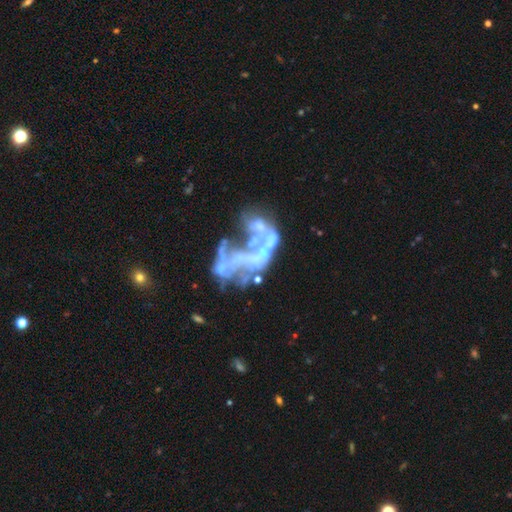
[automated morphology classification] Smooth or featured: featured or disk — 74% (star or artifact — 16%)
Edge-on disk: no — 98% (yes — 2%)
Bar: no — 83% (weak — 10%)
Spiral arms: no — 85% (yes — 15%)
Bulge size: none — 75% (small — 12%)
Merging: major disturbance — 38% (merger — 30%)